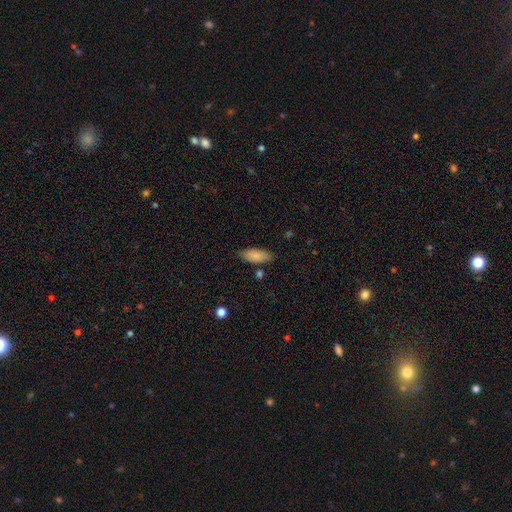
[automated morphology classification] This is clearly a smooth galaxy (86%). How rounded: likely in between (79%). Merging: clearly none (83%).